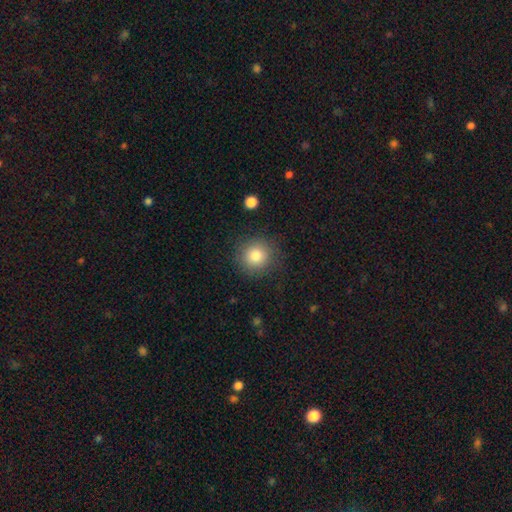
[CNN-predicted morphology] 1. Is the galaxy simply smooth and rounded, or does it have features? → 81% smooth, 11% star or artifact, 8% featured or disk.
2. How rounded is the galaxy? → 93% round, 7% in between, 1% cigar-shaped.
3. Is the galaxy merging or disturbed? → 86% none, 9% minor disturbance, 4% major disturbance, 2% merger.